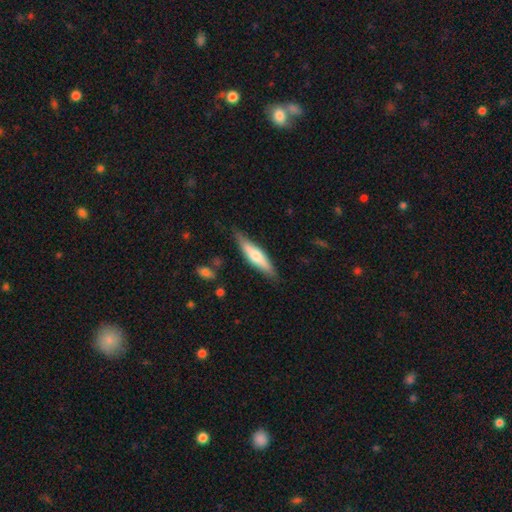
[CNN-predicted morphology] A smooth galaxy with no disk features (54%) that is cigar-shaped (76%). Merging: none (82%).